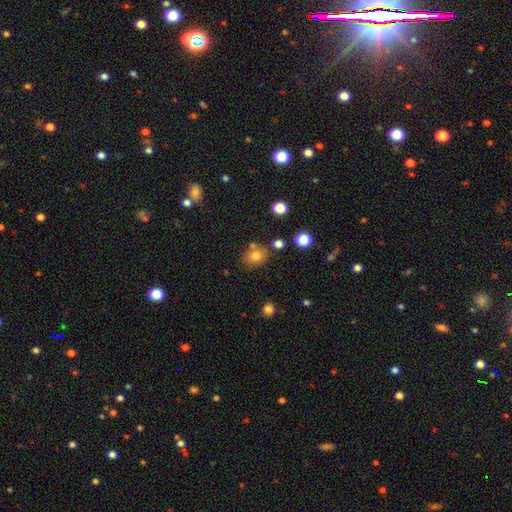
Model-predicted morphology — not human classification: Smooth or featured?
  - smooth: 77% *
  - star or artifact: 13%
  - featured or disk: 10%
How rounded?
  - round: 55% *
  - in between: 44%
  - cigar-shaped: 1%
Merging?
  - none: 70% *
  - minor disturbance: 14%
  - merger: 12%
  - major disturbance: 4%